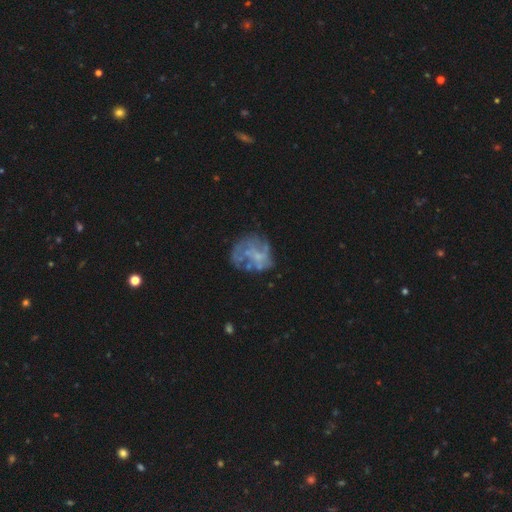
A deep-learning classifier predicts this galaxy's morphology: smooth-or-featured: featured or disk: 66% | smooth: 23% | star or artifact: 11%
  disk-edge-on: no: 98% | yes: 2%
    bar: no: 78% | weak: 18% | strong: 4%
    has-spiral-arms: no: 67% | yes: 33%
    bulge-size: none: 53% | small: 29% | moderate: 15% | large: 2% | dominant: 1%
  merging: none: 55% | major disturbance: 20% | minor disturbance: 19% | merger: 6%